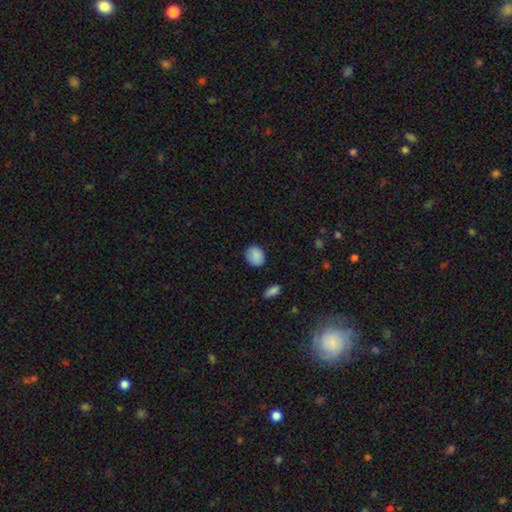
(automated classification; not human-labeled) This appears to be a smooth galaxy with no disk features (88%) that is round (56%). Merging: none (83%).